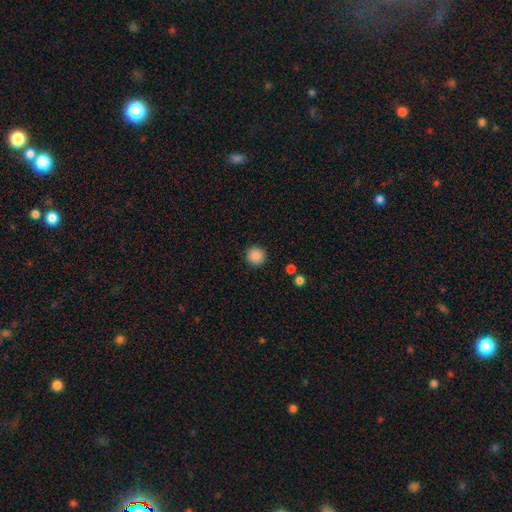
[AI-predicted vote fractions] This appears to be a smooth galaxy with no disk features (88%) that is round (95%). Merging: none (91%).